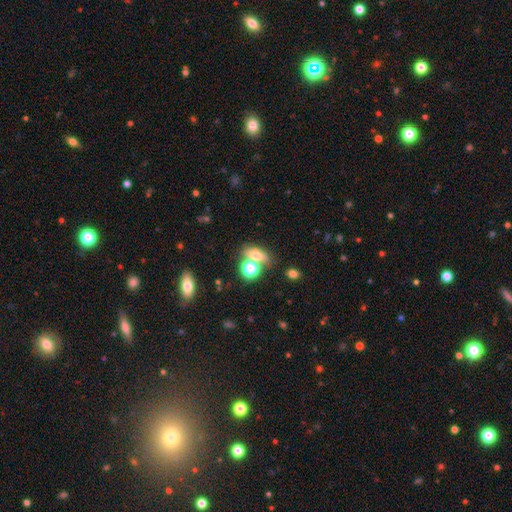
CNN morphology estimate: smooth 66%, star or artifact 19%, featured or disk 15%. Down the decision tree: how rounded — in between (68%); merging — none (54%).